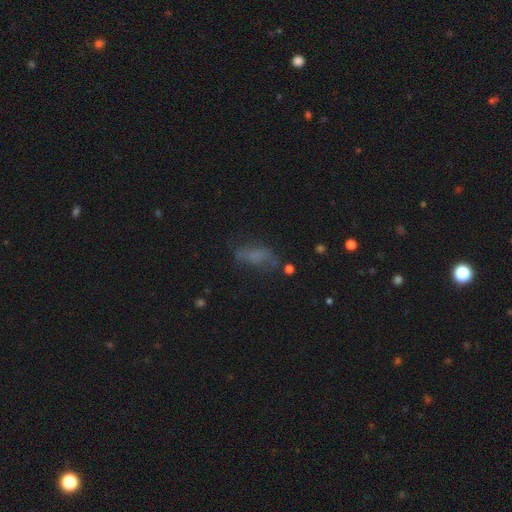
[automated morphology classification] Smooth or featured? Predicted: smooth (p=0.53). How rounded? Predicted: in between (p=0.69). Merging? Predicted: none (p=0.50).